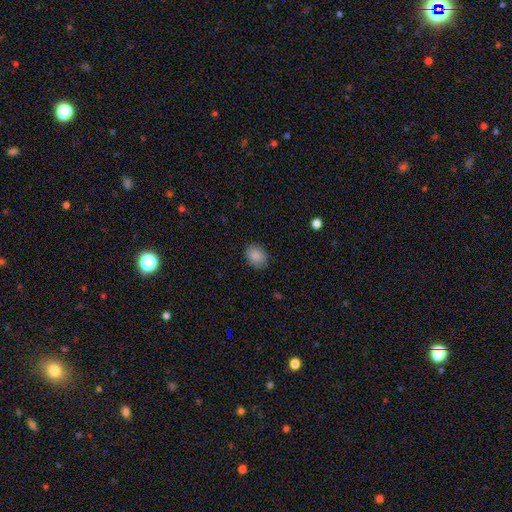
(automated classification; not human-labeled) Smooth or featured? smooth (88%)
How rounded? in between (60%)
Merging? none (85%)